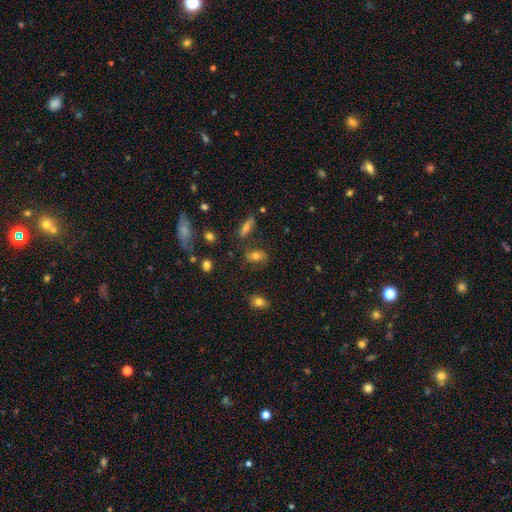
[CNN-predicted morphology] This appears to be a smooth galaxy with no disk features (61%) that is in between round and cigar-shaped (78%). Merging: none (68%).